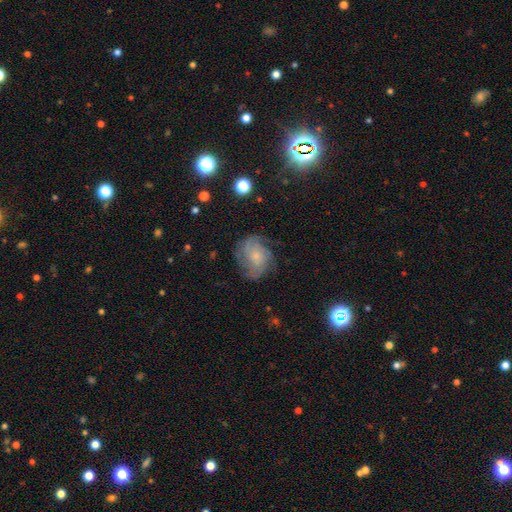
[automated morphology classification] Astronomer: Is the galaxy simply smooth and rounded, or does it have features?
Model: featured or disk — 67%.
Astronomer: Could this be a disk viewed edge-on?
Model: no — 97%.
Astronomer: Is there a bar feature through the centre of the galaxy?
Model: no — 76%.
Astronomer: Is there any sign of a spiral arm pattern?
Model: yes — 90%.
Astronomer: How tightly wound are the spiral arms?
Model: tight — 46% (runner-up: medium, 40%).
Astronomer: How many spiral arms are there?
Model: can't tell — 36% (runner-up: 3, 22%).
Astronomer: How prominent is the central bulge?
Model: small — 55%.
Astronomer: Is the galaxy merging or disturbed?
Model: none — 67%.